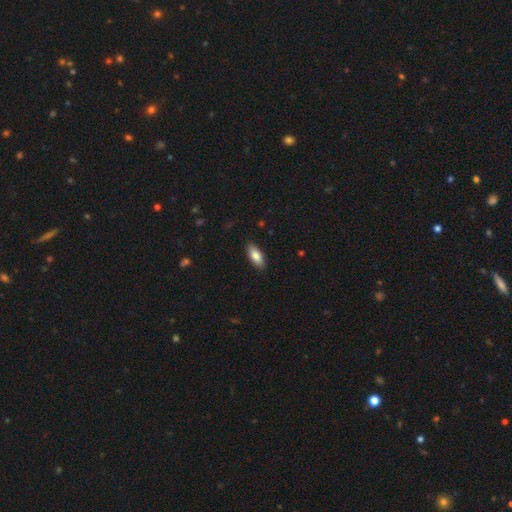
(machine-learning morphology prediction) A smooth galaxy with no disk features (83%) that is in between round and cigar-shaped (82%).

Vote fractions:
- Smooth or featured? smooth: 83% / featured or disk: 11% / star or artifact: 6%
- How rounded? in between: 82% / cigar-shaped: 16% / round: 2%
- Merging? none: 89% / minor disturbance: 9% / major disturbance: 2% / merger: 1%